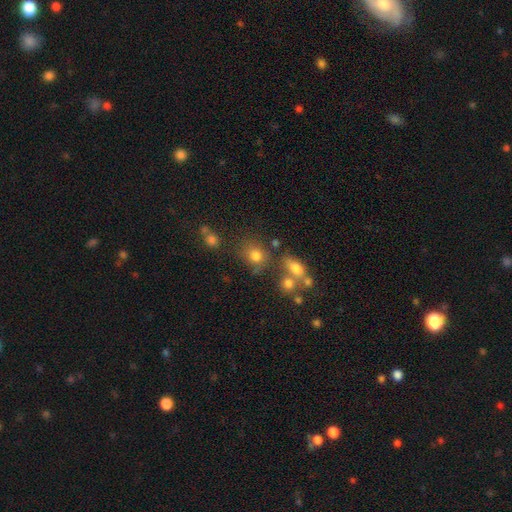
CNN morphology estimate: smooth 77%, star or artifact 14%, featured or disk 9%. Down the decision tree: how rounded — round (68%); merging — none (61%).